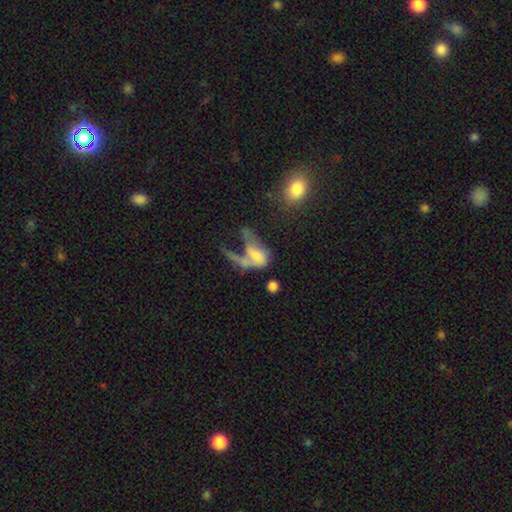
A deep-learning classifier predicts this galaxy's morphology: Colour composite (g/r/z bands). It shows a featured or disk galaxy (46%). Merging: major disturbance (51%).